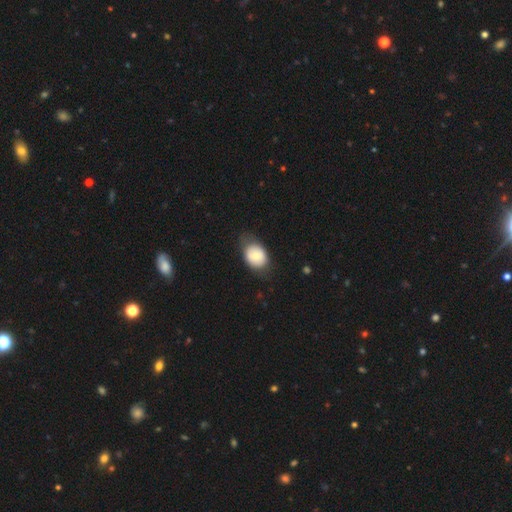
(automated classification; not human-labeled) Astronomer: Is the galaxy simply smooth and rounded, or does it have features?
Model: smooth — 70%.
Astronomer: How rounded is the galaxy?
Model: in between — 64%.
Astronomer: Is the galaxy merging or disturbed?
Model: none — 66%.